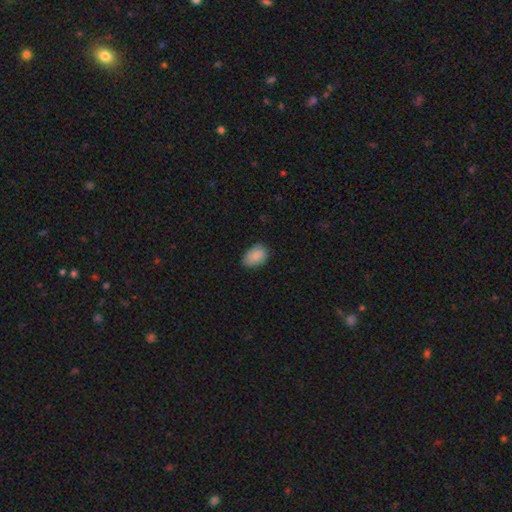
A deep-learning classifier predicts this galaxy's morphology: smooth 84%, featured or disk 9%, star or artifact 7%. Down the decision tree: how rounded — in between (82%); merging — none (75%).